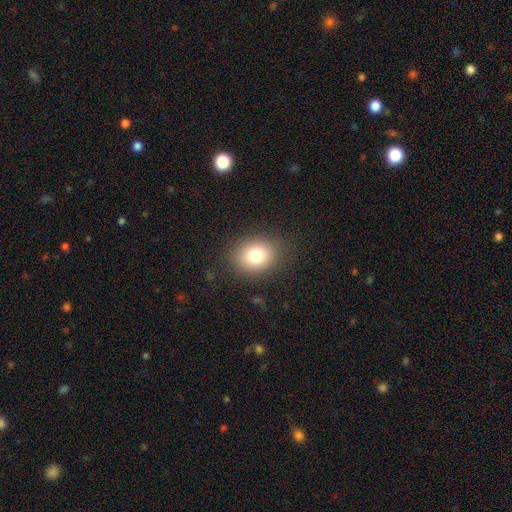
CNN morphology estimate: This appears to be a smooth galaxy with no disk features (78%) that is round (57%). Merging: none (85%).